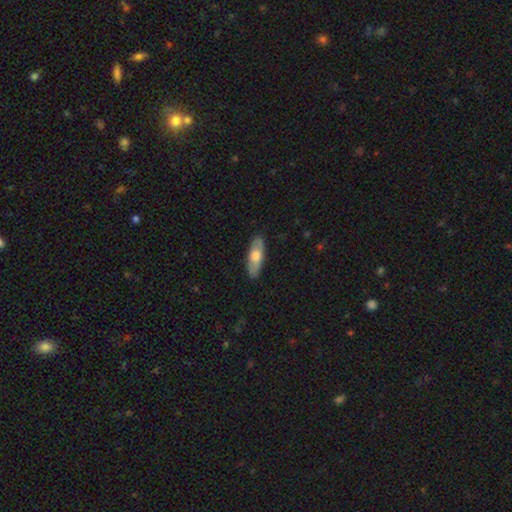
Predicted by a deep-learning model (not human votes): Q: Smooth or featured?
A: smooth (63%); runner-up: featured or disk (32%)
Q: How rounded?
A: in between (61%); runner-up: cigar-shaped (37%)
Q: Merging?
A: none (88%); runner-up: minor disturbance (9%)